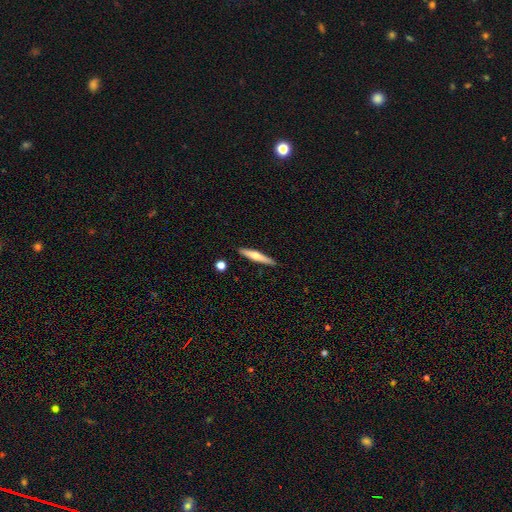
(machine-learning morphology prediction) type=smooth (51%); roundness=cigar-shaped (90%); merging=none (88%).